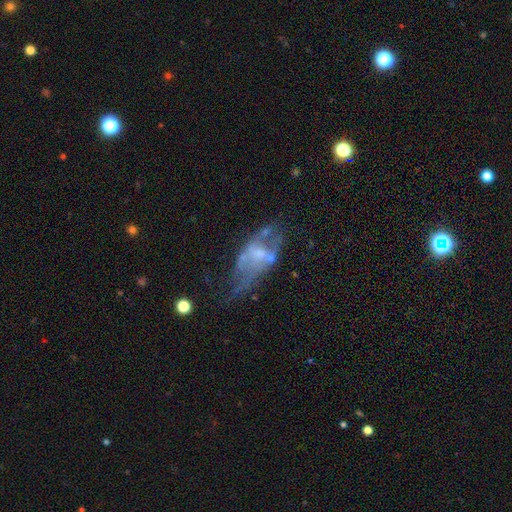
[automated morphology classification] A featured or disk galaxy (64%) with no bar (69%), no spiral arms (68%) and no central bulge (37%). Merging: major disturbance (36%).